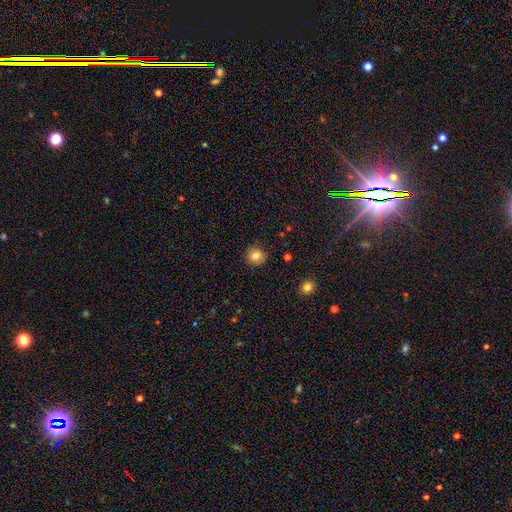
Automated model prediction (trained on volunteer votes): Smooth or featured?
  - smooth: 83% *
  - star or artifact: 10%
  - featured or disk: 7%
How rounded?
  - round: 89% *
  - in between: 10%
  - cigar-shaped: 1%
Merging?
  - none: 89% *
  - minor disturbance: 8%
  - major disturbance: 2%
  - merger: 1%